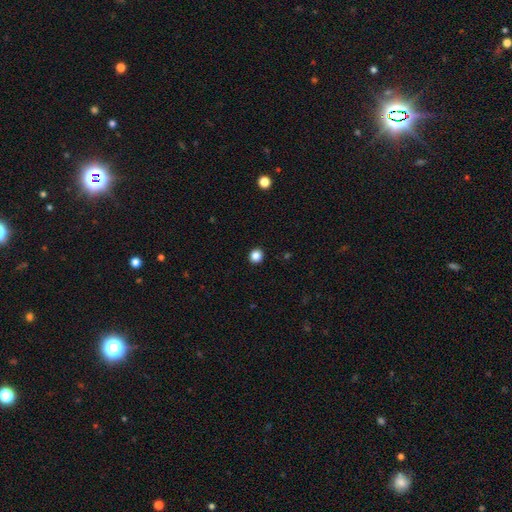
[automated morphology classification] A smooth galaxy with no disk features (86%) that is round (91%). Merging: none (93%).